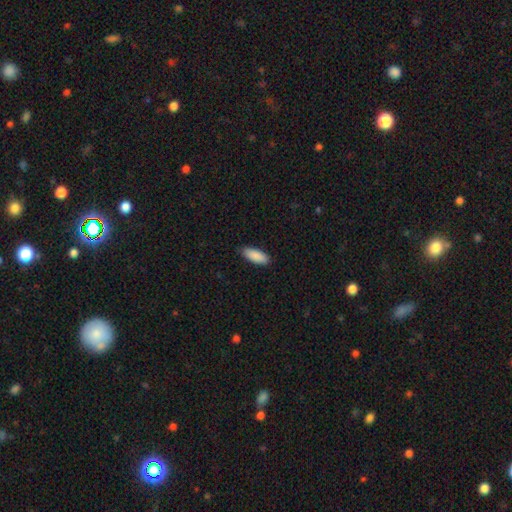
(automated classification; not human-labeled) Smooth or featured? smooth (90%)
How rounded? in between (78%)
Merging? none (87%)